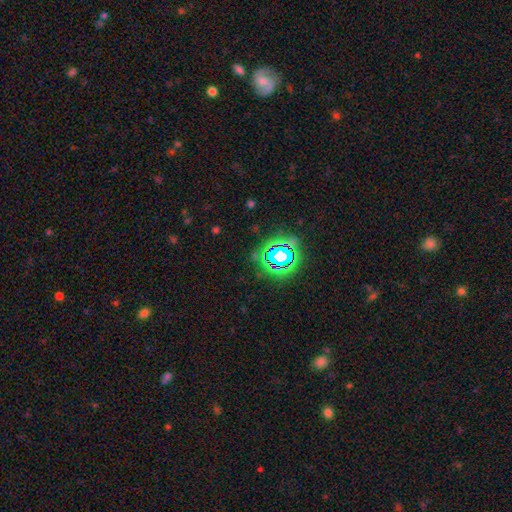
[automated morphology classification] This appears to be a star or artifact, not a galaxy (76%).